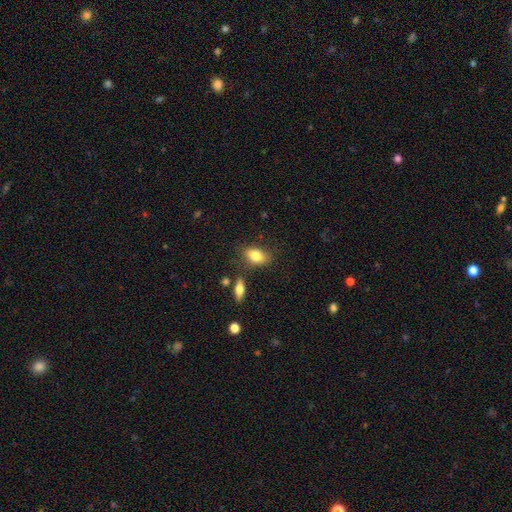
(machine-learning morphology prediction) Q: Smooth or featured?
A: smooth (82%); runner-up: featured or disk (10%)
Q: How rounded?
A: in between (87%); runner-up: round (9%)
Q: Merging?
A: none (73%); runner-up: minor disturbance (17%)